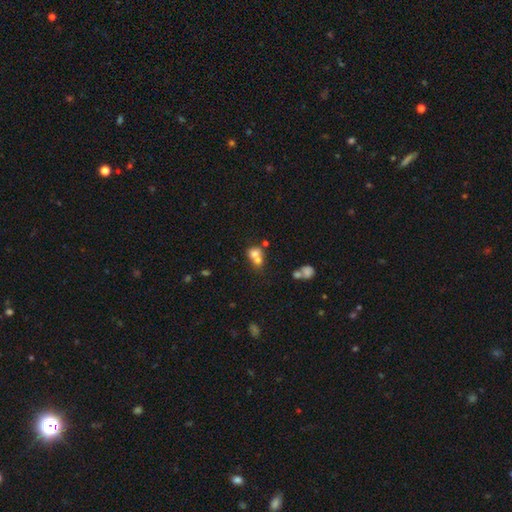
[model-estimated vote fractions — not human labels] smooth 68%, featured or disk 19%, star or artifact 13%. Down the decision tree: how rounded — round (63%); merging — merger (63%).